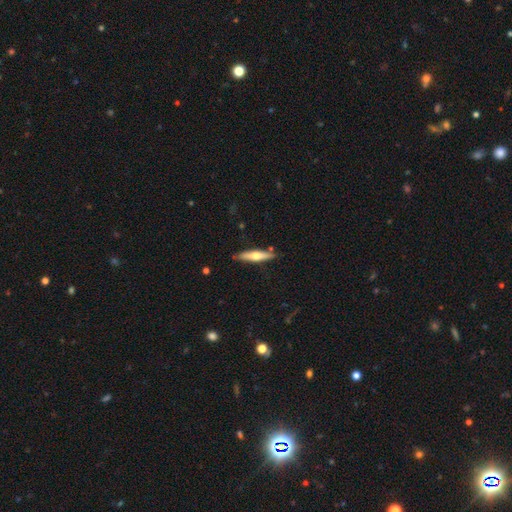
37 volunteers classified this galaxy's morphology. Volunteers were most divided on "smooth or featured": smooth: 49%, featured or disk: 46%, star or artifact: 5%. More confident: merging — none (97%); how rounded — cigar-shaped (56%).